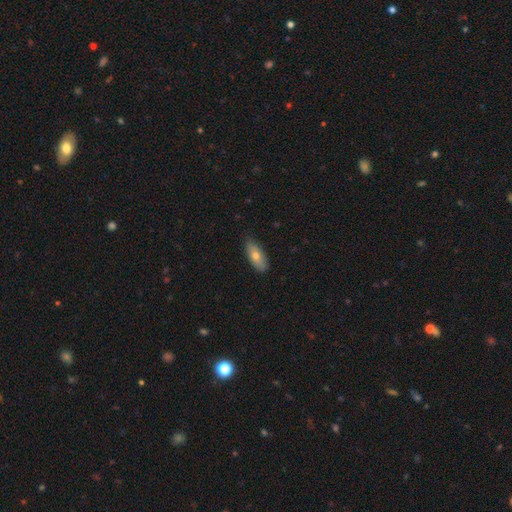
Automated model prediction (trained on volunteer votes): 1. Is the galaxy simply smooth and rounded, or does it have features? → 69% smooth, 24% featured or disk, 6% star or artifact.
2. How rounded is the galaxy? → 72% in between, 26% cigar-shaped, 3% round.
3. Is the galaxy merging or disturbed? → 85% none, 12% minor disturbance, 2% major disturbance, 1% merger.